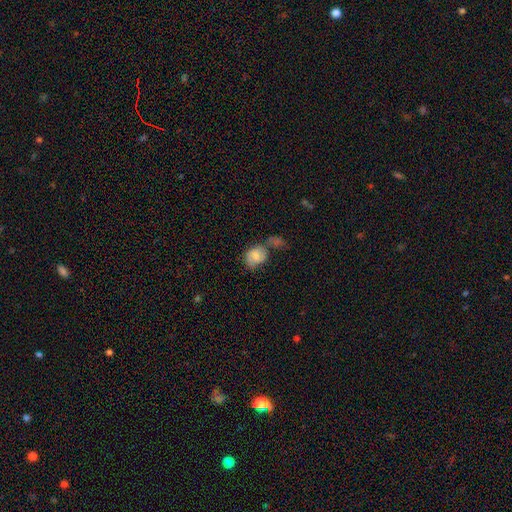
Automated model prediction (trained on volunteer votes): A smooth galaxy with no disk features (64%) that is in between round and cigar-shaped (53%). Merging: none (36%).